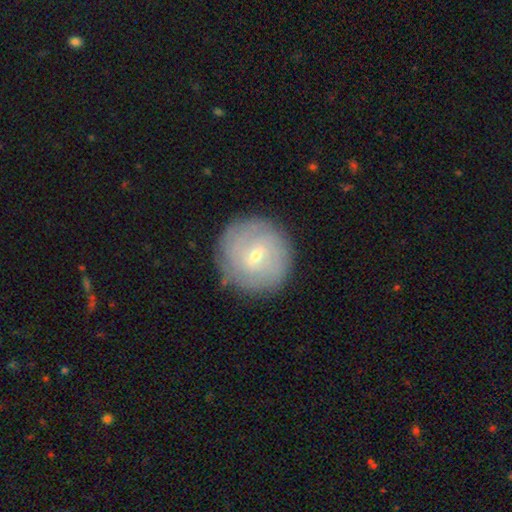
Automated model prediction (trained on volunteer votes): smooth_or_featured: featured or disk (p=0.64) [alt: smooth p=0.29]
disk_edge_on: no (p=0.97) [alt: yes p=0.03]
bar: weak (p=0.60) [alt: no p=0.28]
has_spiral_arms: yes (p=0.82) [alt: no p=0.18]
spiral_winding: tight (p=0.77) [alt: medium p=0.17]
spiral_arm_count: can't tell (p=0.53) [alt: 2 p=0.15]
bulge_size: small (p=0.65) [alt: moderate p=0.32]
merging: none (p=0.87) [alt: minor disturbance p=0.09]